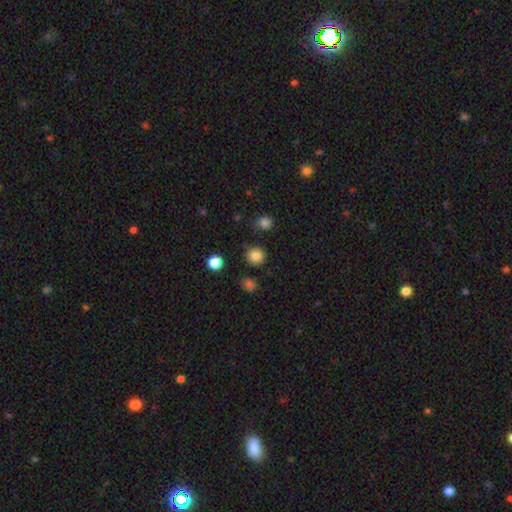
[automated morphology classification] Smooth or featured? smooth (83%)
How rounded? round (92%)
Merging? none (86%)